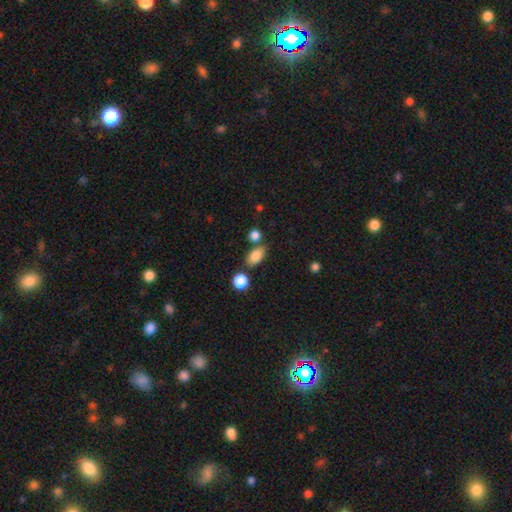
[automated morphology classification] Smooth or featured? Predicted: smooth (p=0.85). How rounded? Predicted: in between (p=0.86). Merging? Predicted: none (p=0.68).